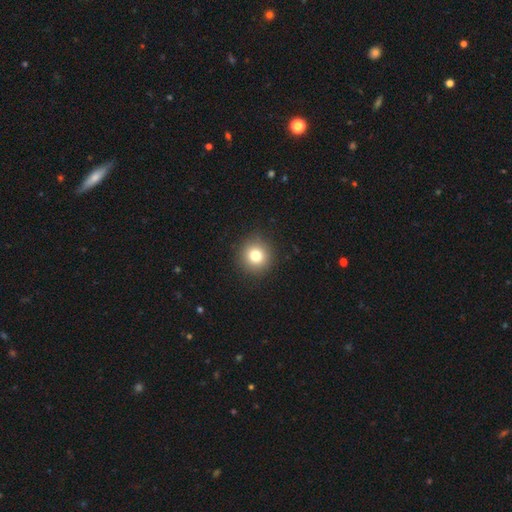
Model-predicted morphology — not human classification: Q: Smooth or featured?
A: smooth (79%); runner-up: star or artifact (12%)
Q: How rounded?
A: round (94%); runner-up: in between (5%)
Q: Merging?
A: none (92%); runner-up: minor disturbance (5%)